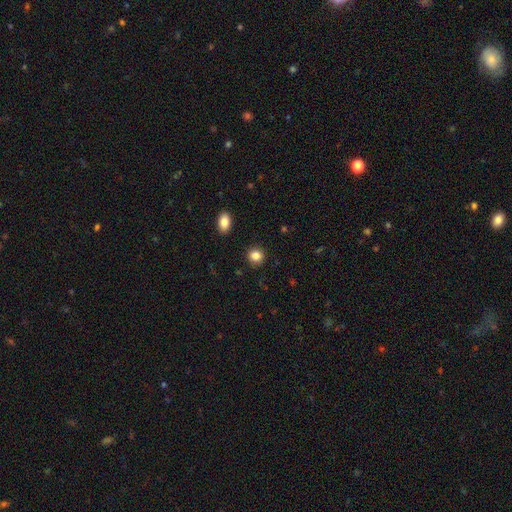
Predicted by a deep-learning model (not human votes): Smooth or featured? smooth (85%)
How rounded? round (86%)
Merging? none (90%)